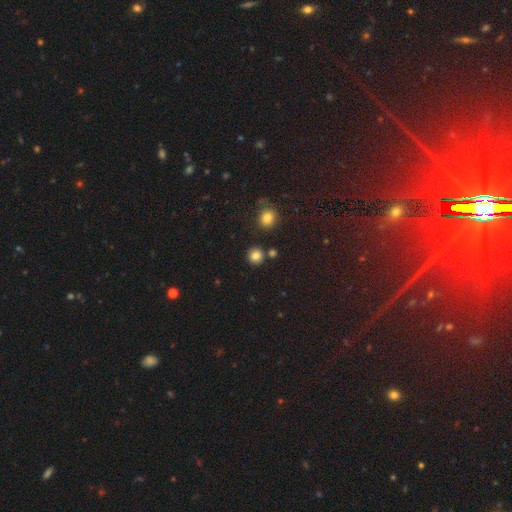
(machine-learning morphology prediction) smooth 82%, star or artifact 12%, featured or disk 5%. Down the decision tree: how rounded — round (91%); merging — none (85%).